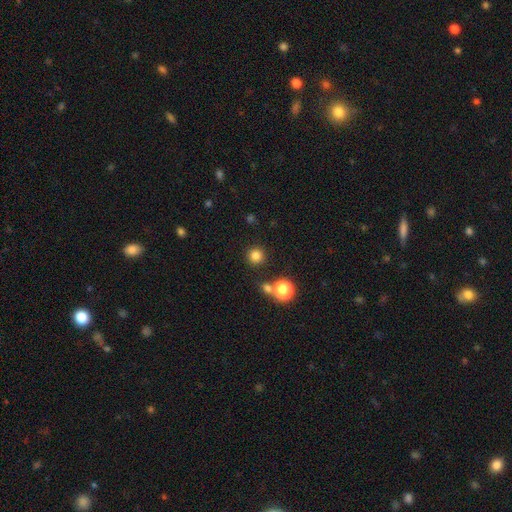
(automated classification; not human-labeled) smooth_or_featured: smooth (p=0.81) [alt: star or artifact p=0.14]
how_rounded: round (p=0.95) [alt: in between p=0.04]
merging: none (p=0.86) [alt: minor disturbance p=0.06]